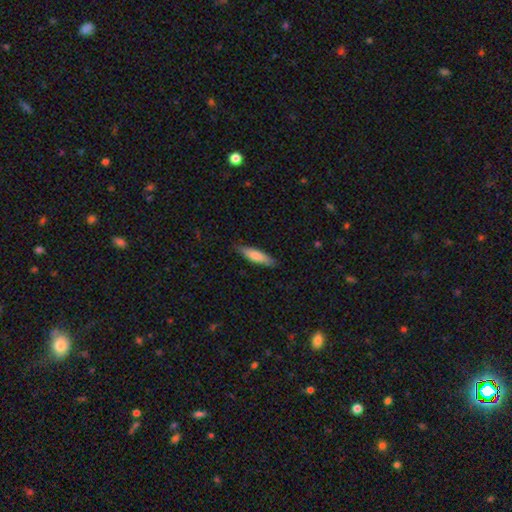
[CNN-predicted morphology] Smooth or featured?
  - smooth: 76% *
  - featured or disk: 19%
  - star or artifact: 5%
How rounded?
  - cigar-shaped: 69% *
  - in between: 29%
  - round: 2%
Merging?
  - none: 84% *
  - minor disturbance: 13%
  - major disturbance: 2%
  - merger: 1%